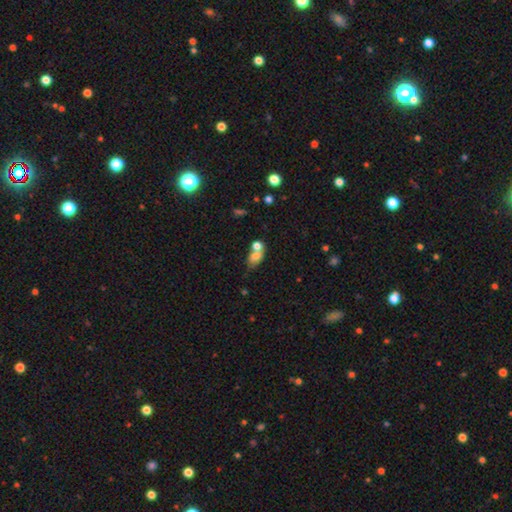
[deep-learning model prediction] smooth 73%, featured or disk 17%, star or artifact 10%. Down the decision tree: how rounded — in between (75%); merging — merger (52%).